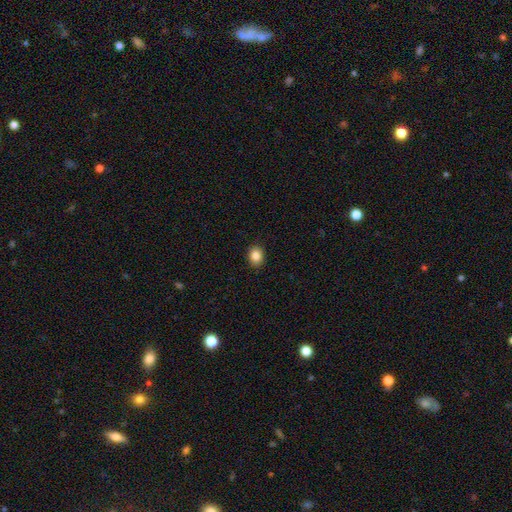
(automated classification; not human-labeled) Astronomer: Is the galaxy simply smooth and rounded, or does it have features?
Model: smooth — 85%.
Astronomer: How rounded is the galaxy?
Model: round — 55% (runner-up: in between, 45%).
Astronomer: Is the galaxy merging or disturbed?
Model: none — 90%.